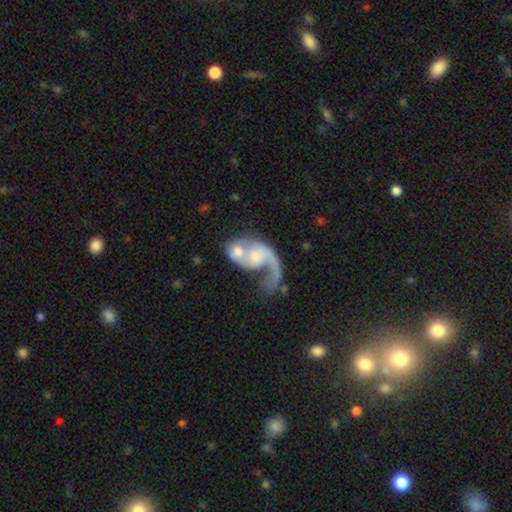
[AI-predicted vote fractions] smooth-or-featured: featured or disk: 73% | smooth: 21% | star or artifact: 6%
  disk-edge-on: no: 97% | yes: 3%
    bar: no: 69% | weak: 26% | strong: 5%
    has-spiral-arms: yes: 82% | no: 18%
      spiral-winding: loose: 75% | medium: 20% | tight: 6%
      spiral-arm-count: 1: 73% | 2: 21% | can't tell: 4% | 3: 1% | 4: 1% | more than 4: 1%
    bulge-size: small: 38% | moderate: 36% | none: 16% | large: 8% | dominant: 3%
  merging: merger: 45% | major disturbance: 29% | none: 17% | minor disturbance: 9%